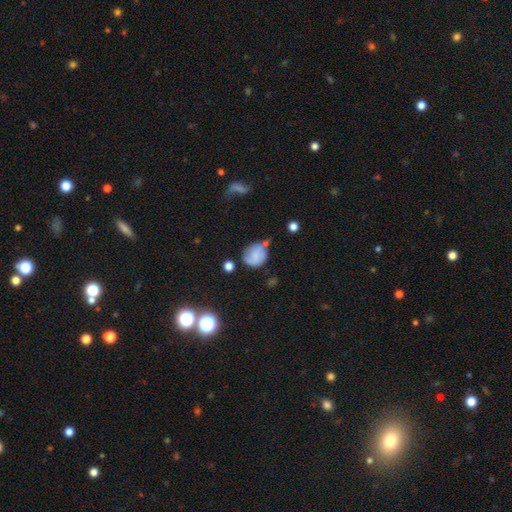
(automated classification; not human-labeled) This appears to be a smooth galaxy with no disk features (67%) that is round (70%). Merging: none (46%).